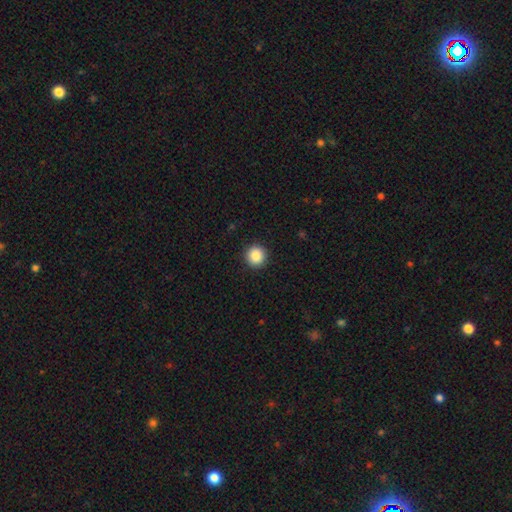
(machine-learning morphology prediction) type=smooth (87%); roundness=round (95%); merging=none (93%).